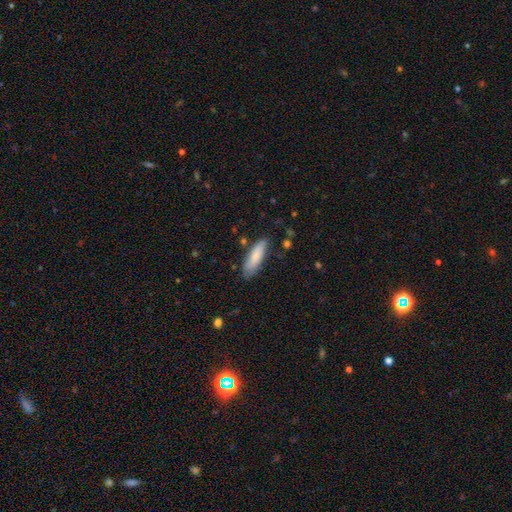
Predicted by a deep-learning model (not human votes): Smooth or featured?
  - smooth: 82% *
  - featured or disk: 13%
  - star or artifact: 6%
How rounded?
  - in between: 52% *
  - cigar-shaped: 47%
  - round: 2%
Merging?
  - none: 76% *
  - minor disturbance: 18%
  - major disturbance: 3%
  - merger: 3%